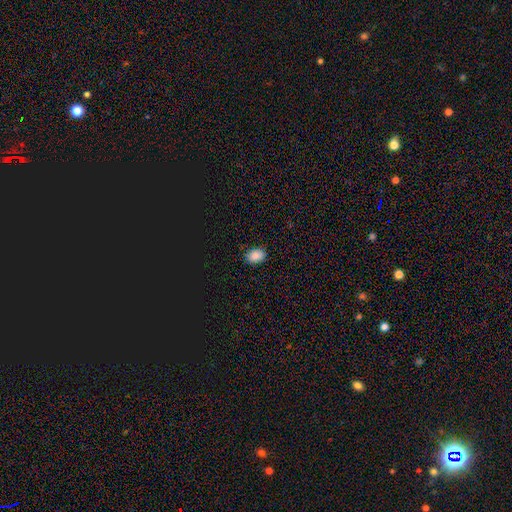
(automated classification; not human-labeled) Smooth or featured: smooth — 84% (star or artifact — 12%)
How rounded: in between — 73% (round — 25%)
Merging: none — 85% (minor disturbance — 11%)